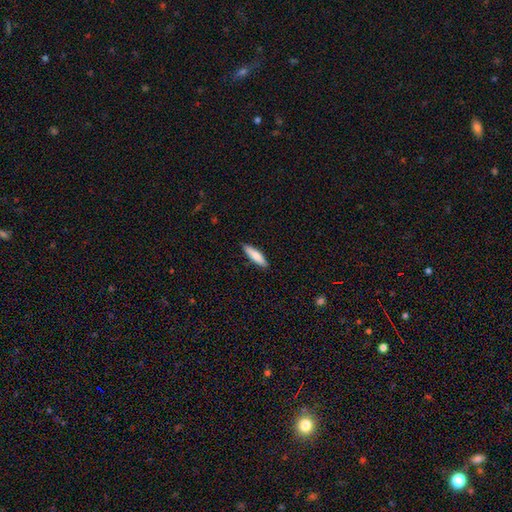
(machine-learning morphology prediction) Smooth or featured? smooth (79%)
How rounded? cigar-shaped (74%)
Merging? none (89%)